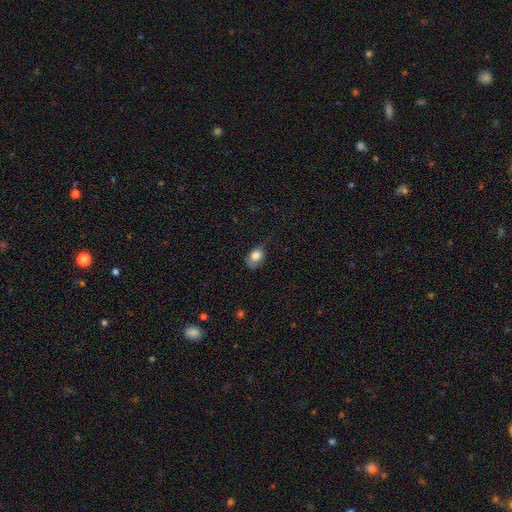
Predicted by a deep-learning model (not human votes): Smooth or featured? smooth (83%)
How rounded? in between (67%)
Merging? none (46%)